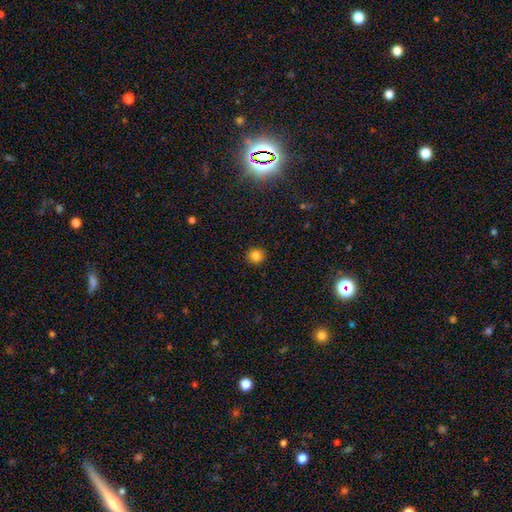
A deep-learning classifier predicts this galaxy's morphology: A smooth galaxy with no disk features (83%) that is round (92%). Merging: none (92%).